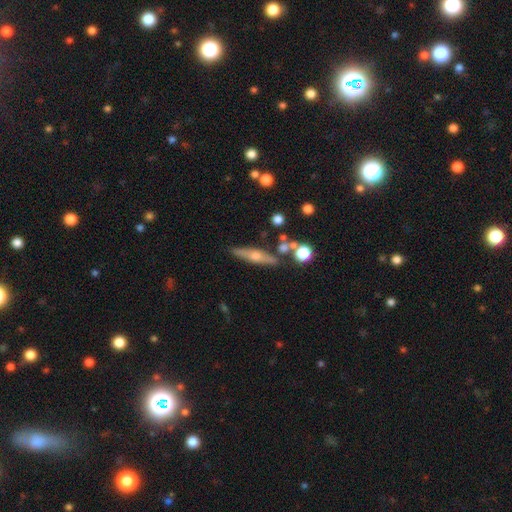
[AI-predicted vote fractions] The model was most divided on "smooth or featured": featured or disk: 59%, smooth: 33%, star or artifact: 9%. More confident: edge-on disk — yes (91%); edge-on bulge — rounded (89%); merging — none (79%).